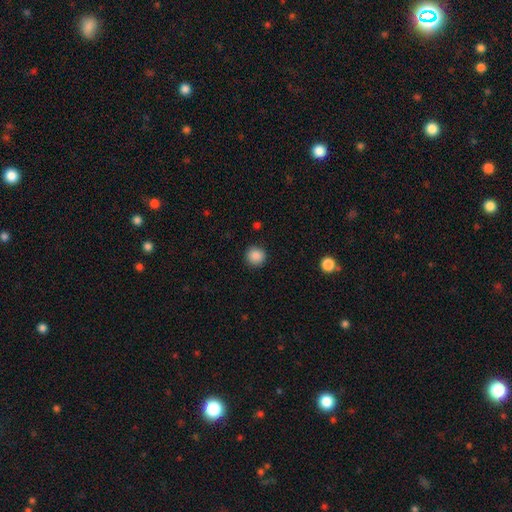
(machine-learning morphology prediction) A smooth galaxy with no disk features (87%) that is round (93%).

Vote fractions:
- Smooth or featured? smooth: 87% / star or artifact: 10% / featured or disk: 3%
- How rounded? round: 93% / in between: 6% / cigar-shaped: 1%
- Merging? none: 91% / minor disturbance: 6% / major disturbance: 2% / merger: 1%